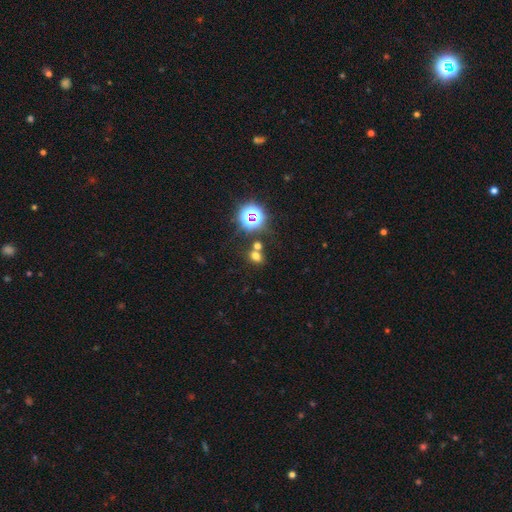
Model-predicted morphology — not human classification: Smooth or featured?
  - smooth: 60% *
  - star or artifact: 30%
  - featured or disk: 9%
How rounded?
  - round: 52% *
  - in between: 47%
  - cigar-shaped: 1%
Merging?
  - none: 60% *
  - merger: 26%
  - minor disturbance: 10%
  - major disturbance: 4%